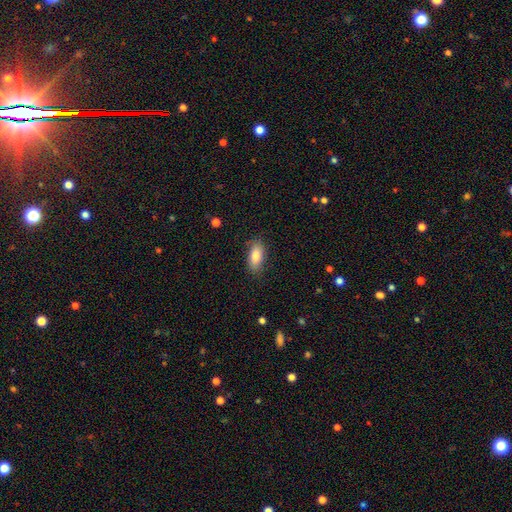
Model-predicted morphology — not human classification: Smooth or featured: smooth — 82% (featured or disk — 11%)
How rounded: in between — 87% (cigar-shaped — 9%)
Merging: none — 83% (minor disturbance — 13%)